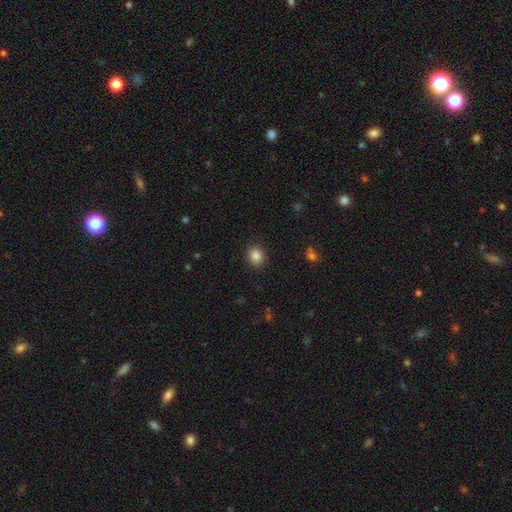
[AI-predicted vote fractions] smooth_or_featured: smooth (p=0.86) [alt: star or artifact p=0.10]
how_rounded: round (p=0.74) [alt: in between p=0.25]
merging: none (p=0.90) [alt: minor disturbance p=0.07]